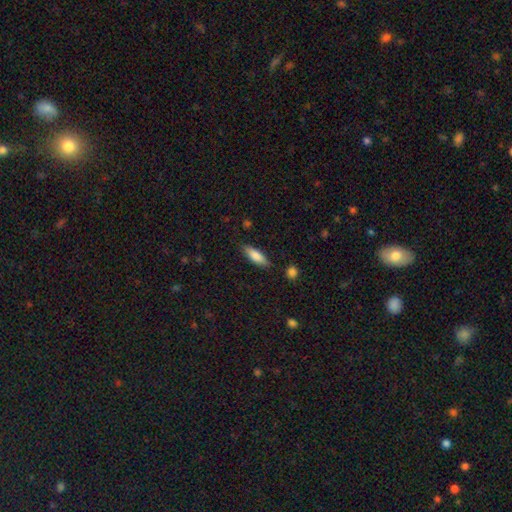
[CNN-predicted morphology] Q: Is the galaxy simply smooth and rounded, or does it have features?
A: smooth — 80%.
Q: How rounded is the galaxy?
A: in between — 53%.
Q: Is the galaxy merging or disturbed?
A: none — 84%.